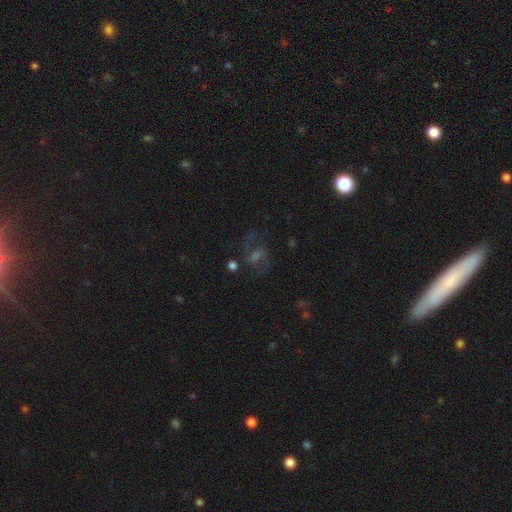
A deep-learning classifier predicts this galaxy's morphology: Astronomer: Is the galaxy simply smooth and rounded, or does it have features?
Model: featured or disk — 60%.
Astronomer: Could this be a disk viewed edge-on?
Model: no — 96%.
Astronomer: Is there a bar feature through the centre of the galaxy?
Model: weak — 51% (runner-up: no, 30%).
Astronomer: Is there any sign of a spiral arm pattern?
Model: yes — 86%.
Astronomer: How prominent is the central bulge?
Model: moderate — 35%, tied with small at 35%.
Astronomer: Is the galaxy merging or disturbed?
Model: none — 66%.